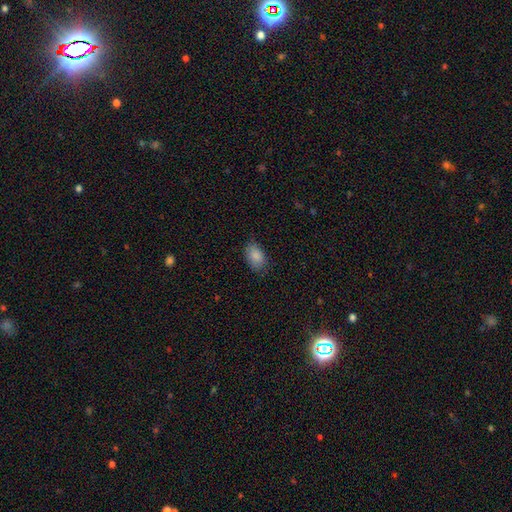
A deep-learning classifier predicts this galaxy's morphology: Smooth or featured? Predicted: smooth (p=0.87). How rounded? Predicted: in between (p=0.87). Merging? Predicted: none (p=0.77).